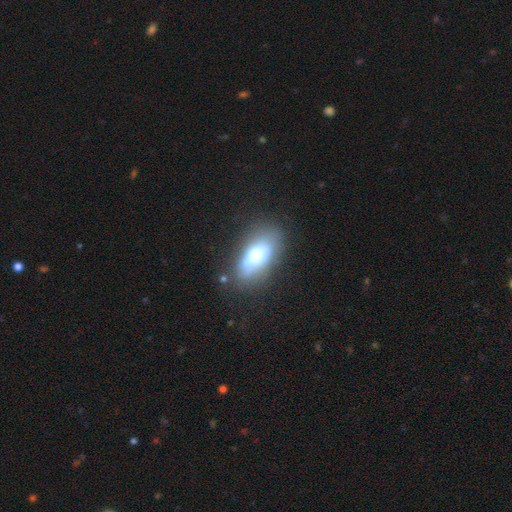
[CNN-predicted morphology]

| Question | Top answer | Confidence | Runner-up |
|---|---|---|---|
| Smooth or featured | smooth | 48% | featured or disk (43%) |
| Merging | none | 62% | minor disturbance (22%) |